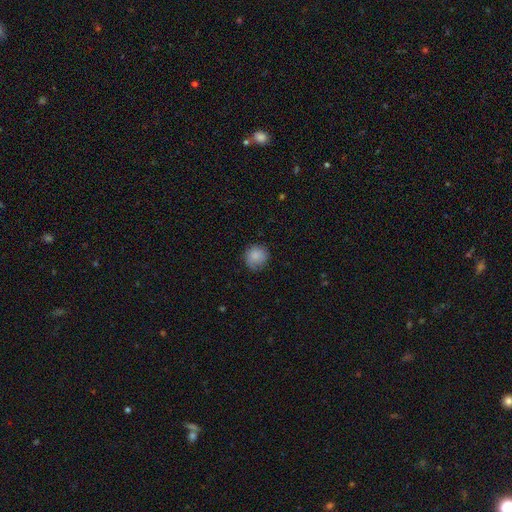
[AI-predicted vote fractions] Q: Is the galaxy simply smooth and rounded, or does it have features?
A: smooth — 86%.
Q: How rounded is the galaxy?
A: round — 90%.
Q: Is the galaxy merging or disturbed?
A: none — 79%.